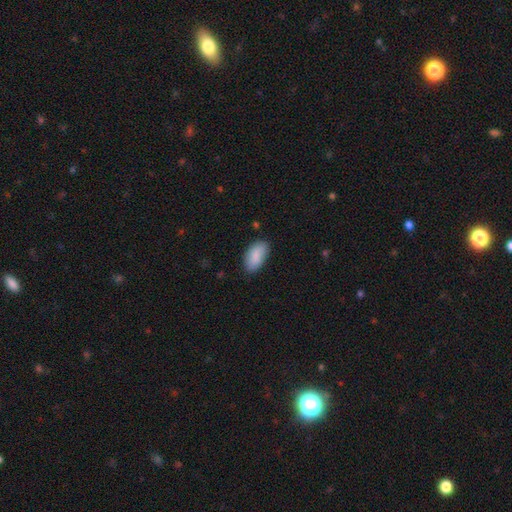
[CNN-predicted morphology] This is clearly a smooth galaxy (88%). How rounded: clearly in between (95%). Merging: clearly none (81%).